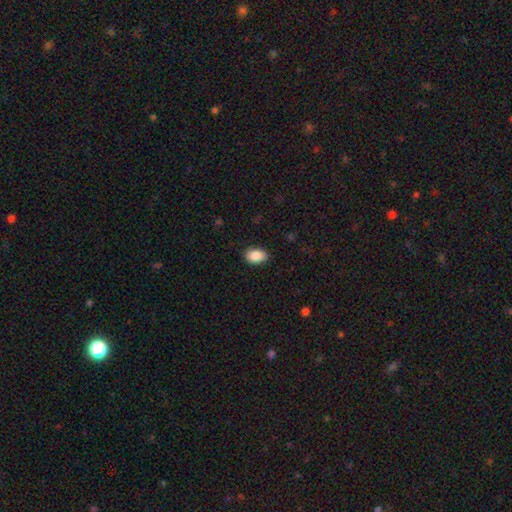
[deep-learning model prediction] Smooth or featured? smooth (89%)
How rounded? in between (86%)
Merging? none (87%)